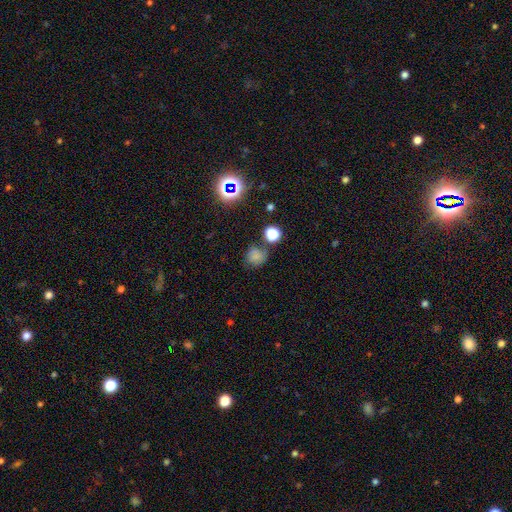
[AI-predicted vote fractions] This appears to be a smooth galaxy with no disk features (69%) that is round (84%). Merging: none (62%).